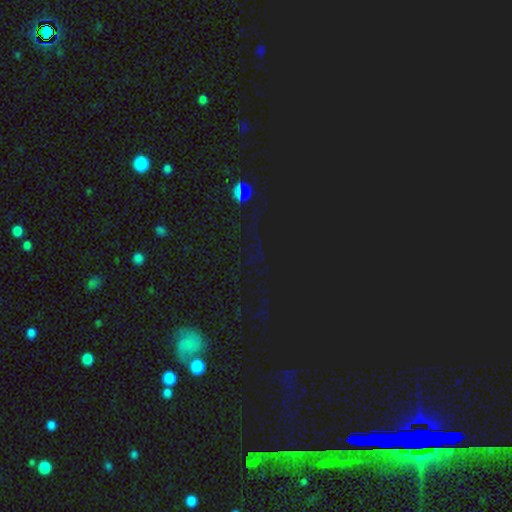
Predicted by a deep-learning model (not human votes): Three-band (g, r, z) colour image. It shows a star or artifact, not a galaxy (80%).